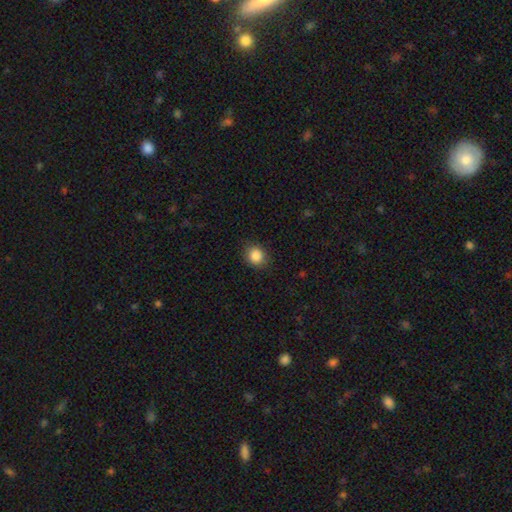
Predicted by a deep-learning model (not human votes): smooth-or-featured: smooth: 86% | star or artifact: 10% | featured or disk: 4%
  how-rounded: round: 74% | in between: 25% | cigar-shaped: 1%
  merging: none: 87% | minor disturbance: 10% | major disturbance: 3% | merger: 1%